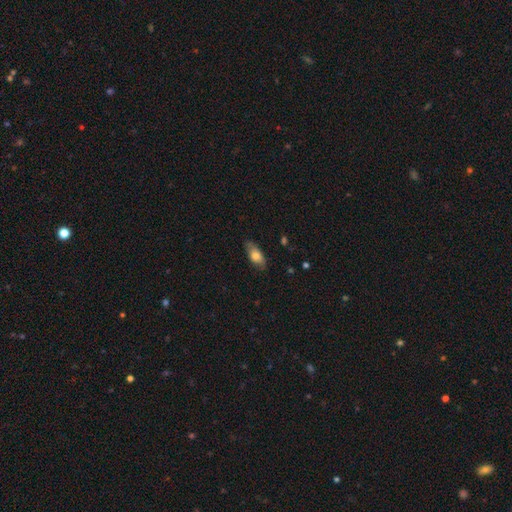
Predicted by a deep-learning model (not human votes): Smooth or featured? Predicted: smooth (p=0.71). How rounded? Predicted: in between (p=0.83). Merging? Predicted: none (p=0.77).